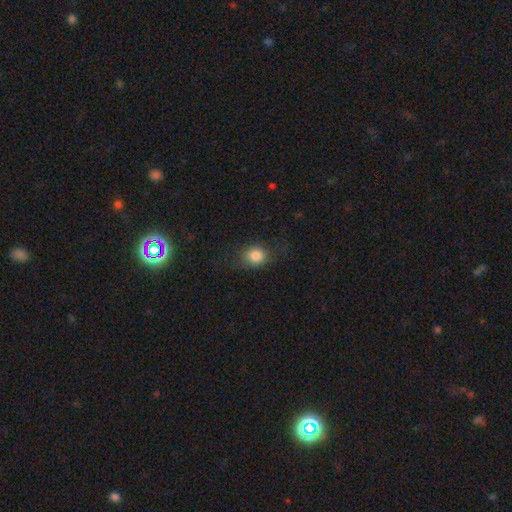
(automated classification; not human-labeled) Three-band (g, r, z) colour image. It shows a smooth galaxy with no disk features (82%) that is round (67%). Merging: none (73%).